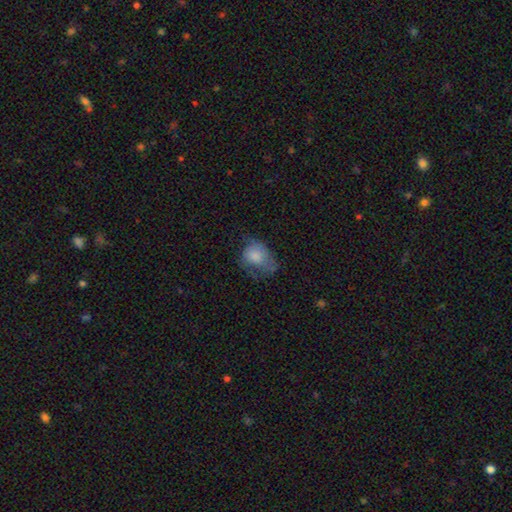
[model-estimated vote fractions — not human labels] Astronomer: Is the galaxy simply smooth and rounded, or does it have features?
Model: smooth — 69%.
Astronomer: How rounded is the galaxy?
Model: in between — 63%.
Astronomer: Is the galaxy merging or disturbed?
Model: major disturbance — 36% (runner-up: minor disturbance, 32%).